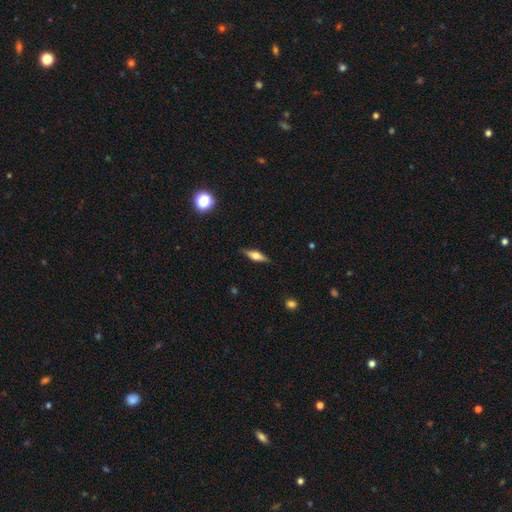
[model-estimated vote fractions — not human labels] smooth-or-featured: featured or disk: 53% | smooth: 39% | star or artifact: 7%
  disk-edge-on: yes: 94% | no: 6%
    edge-on-bulge: rounded: 87% | boxy: 10% | none: 3%
  merging: none: 87% | minor disturbance: 10% | major disturbance: 2% | merger: 1%